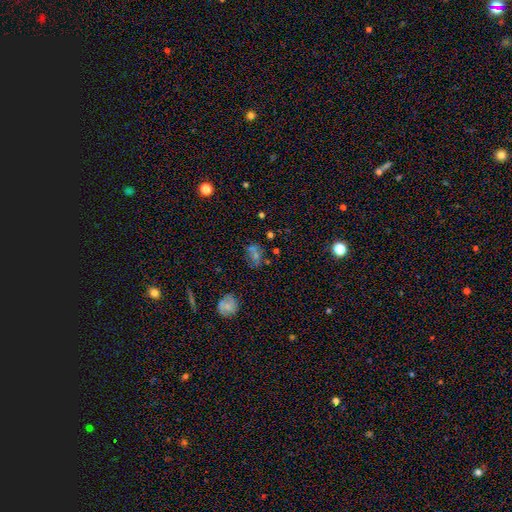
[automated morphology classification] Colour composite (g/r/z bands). It shows a smooth galaxy with no disk features (42%). Merging: none (64%).